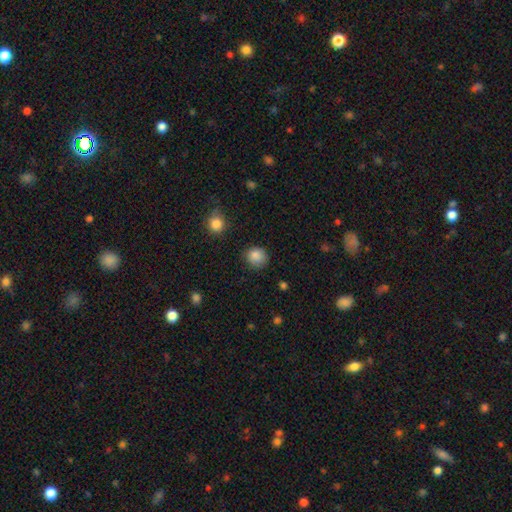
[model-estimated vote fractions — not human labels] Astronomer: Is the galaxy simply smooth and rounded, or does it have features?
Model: smooth — 86%.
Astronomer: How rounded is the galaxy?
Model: round — 88%.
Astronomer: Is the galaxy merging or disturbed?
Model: none — 85%.